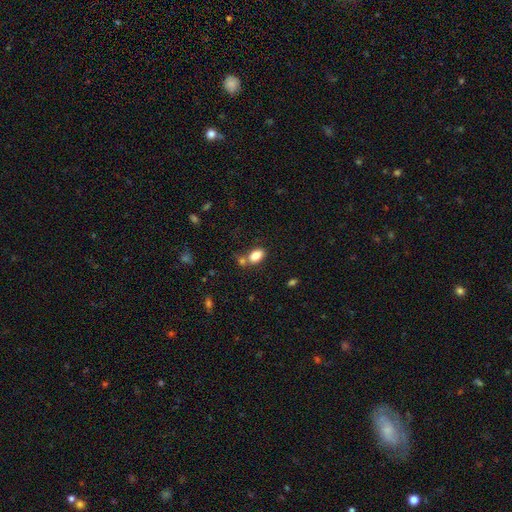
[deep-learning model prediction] This appears to be a smooth galaxy with no disk features (84%) that is in between round and cigar-shaped (90%). Merging: none (58%).